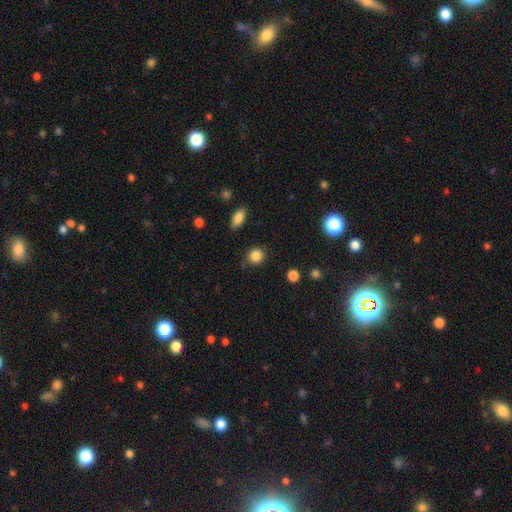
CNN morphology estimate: type=smooth (86%); roundness=round (84%); merging=none (81%).